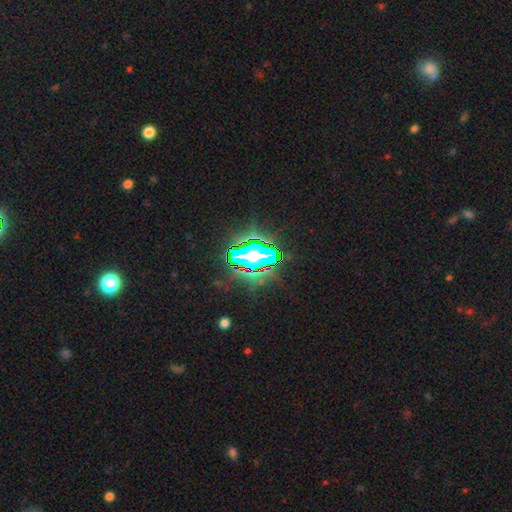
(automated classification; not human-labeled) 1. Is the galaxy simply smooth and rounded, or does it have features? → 84% star or artifact, 10% smooth, 6% featured or disk.